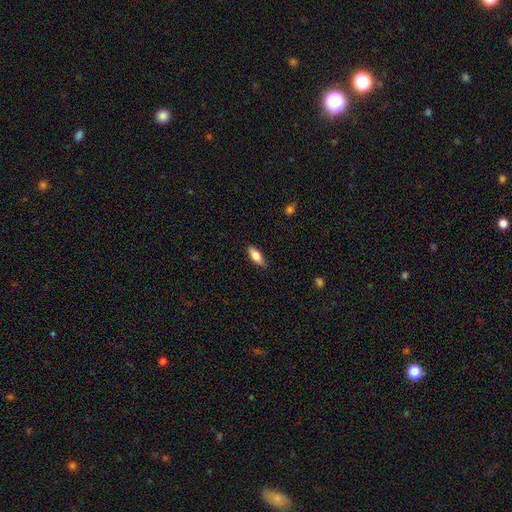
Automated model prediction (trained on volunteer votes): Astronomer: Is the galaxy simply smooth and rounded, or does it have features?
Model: smooth — 73%.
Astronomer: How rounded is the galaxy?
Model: in between — 72%.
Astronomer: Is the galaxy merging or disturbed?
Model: none — 82%.